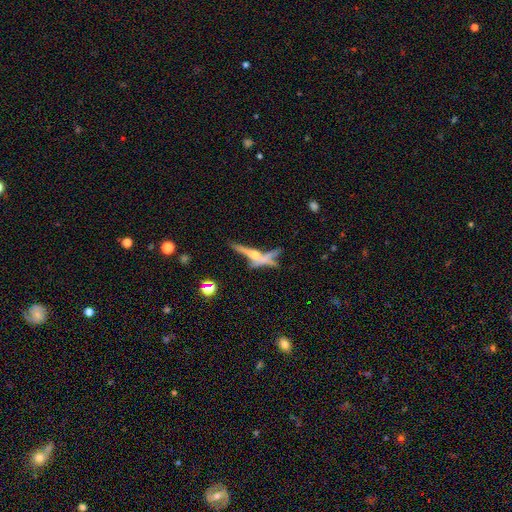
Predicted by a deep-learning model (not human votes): Overall: featured or disk (60%; smooth 29%). Edge-on disk: yes (88%). Edge-on bulge: rounded (68%). Merging: none (47%; merger 31%).